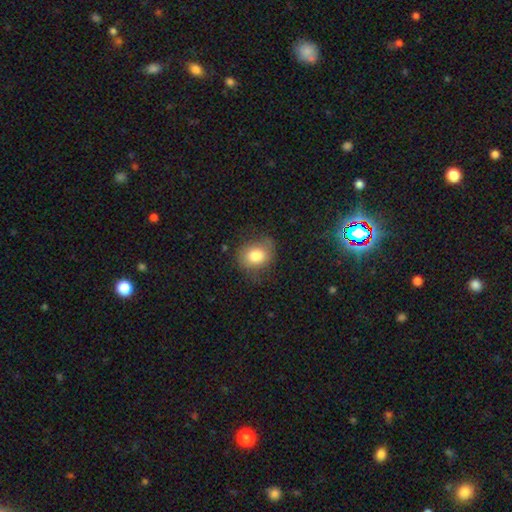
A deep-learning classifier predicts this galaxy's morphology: The model was most divided on "how rounded": in between: 51%, round: 48%, cigar-shaped: 1%. More confident: smooth or featured — smooth (79%); merging — none (65%).